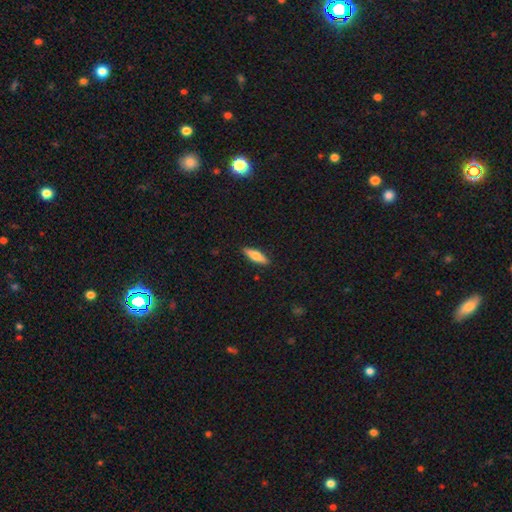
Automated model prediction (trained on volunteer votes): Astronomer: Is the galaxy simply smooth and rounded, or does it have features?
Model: smooth — 63%.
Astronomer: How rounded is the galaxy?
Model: cigar-shaped — 63%.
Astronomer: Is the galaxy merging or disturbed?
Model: none — 89%.